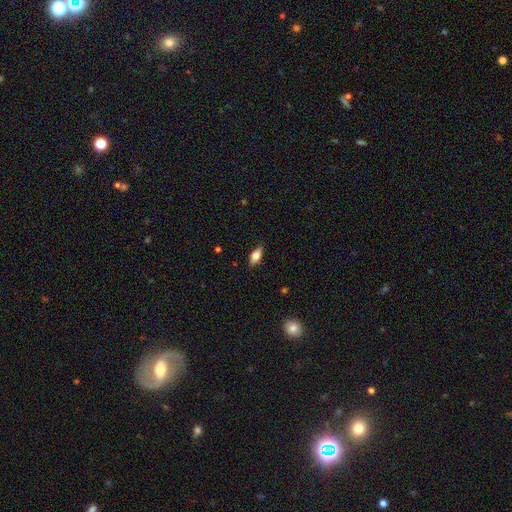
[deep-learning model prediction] Smooth or featured: smooth — 72% (featured or disk — 20%)
How rounded: in between — 84% (cigar-shaped — 12%)
Merging: none — 85% (minor disturbance — 11%)